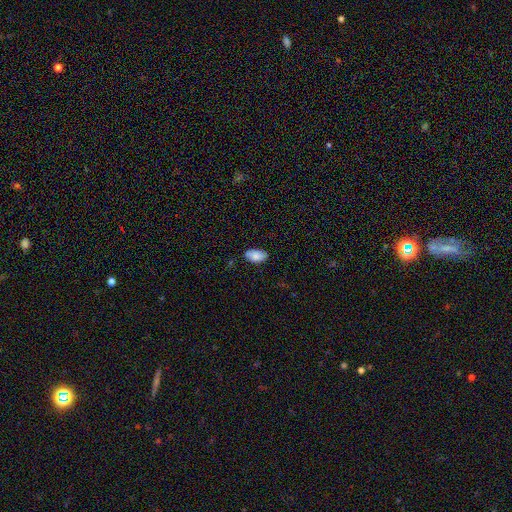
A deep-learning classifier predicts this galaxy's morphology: smooth-or-featured: smooth: 86% | featured or disk: 7% | star or artifact: 7%
  how-rounded: in between: 94% | round: 3% | cigar-shaped: 2%
  merging: none: 82% | minor disturbance: 14% | major disturbance: 2% | merger: 1%